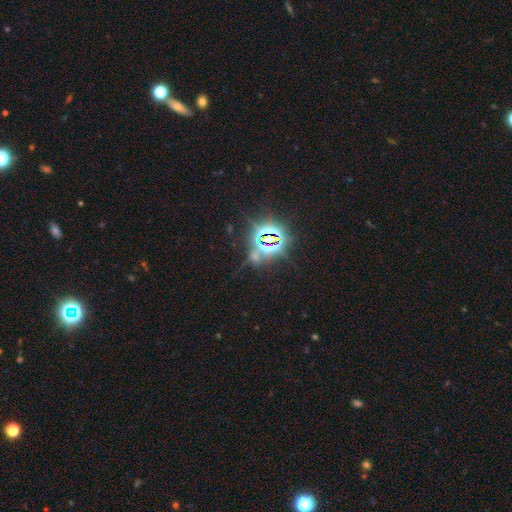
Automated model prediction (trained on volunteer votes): star or artifact 82%, smooth 11%, featured or disk 7%.